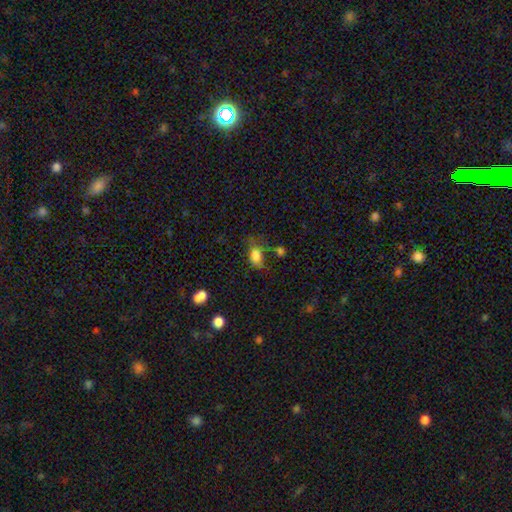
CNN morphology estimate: Q: Smooth or featured?
A: smooth (80%); runner-up: star or artifact (10%)
Q: How rounded?
A: in between (84%); runner-up: round (13%)
Q: Merging?
A: none (46%); runner-up: minor disturbance (28%)